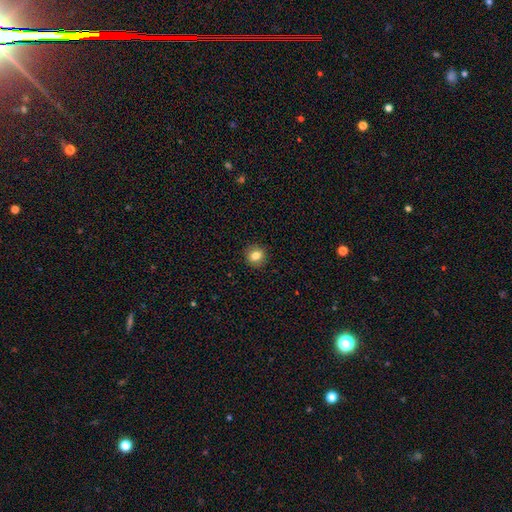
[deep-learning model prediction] Smooth or featured?
  - smooth: 82% *
  - star or artifact: 10%
  - featured or disk: 8%
How rounded?
  - round: 83% *
  - in between: 16%
  - cigar-shaped: 1%
Merging?
  - none: 90% *
  - minor disturbance: 7%
  - major disturbance: 2%
  - merger: 1%